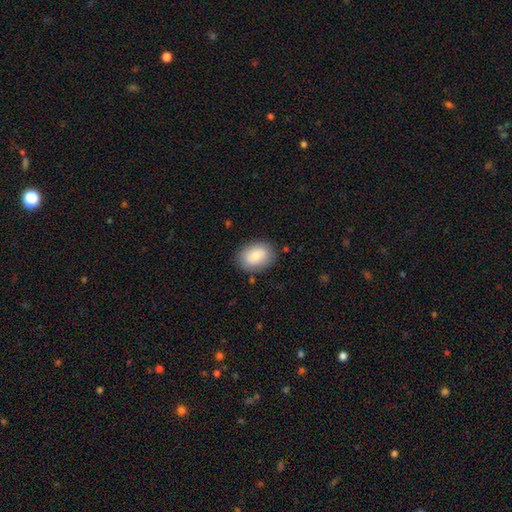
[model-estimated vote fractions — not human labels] The model was most divided on "how rounded": in between: 71%, round: 28%, cigar-shaped: 1%. More confident: merging — none (83%); smooth or featured — smooth (77%).